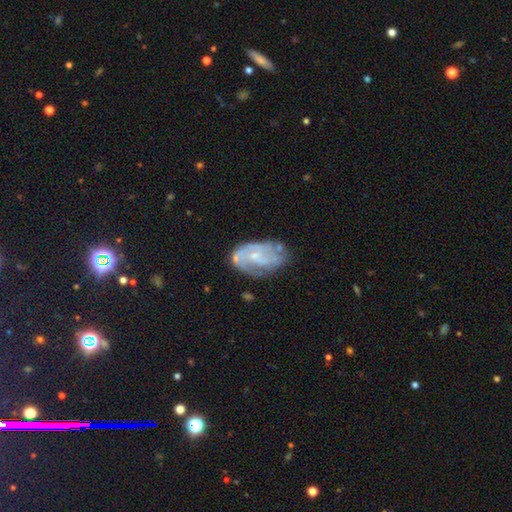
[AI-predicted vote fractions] featured or disk 74%, smooth 19%, star or artifact 7%. Down the decision tree: edge-on disk — no (97%); bar — no (60%); spiral arms — yes (80%); spiral arm count — 2 (37%); spiral winding — medium (41%); bulge size — small (69%); merging — none (55%).